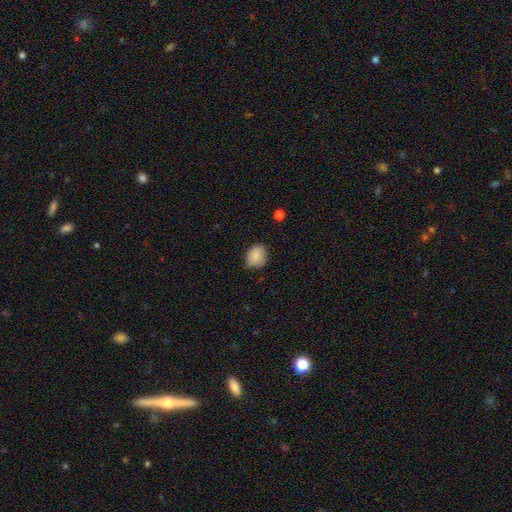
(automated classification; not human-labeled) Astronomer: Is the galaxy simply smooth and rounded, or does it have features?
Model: smooth — 87%.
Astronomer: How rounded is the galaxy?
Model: round — 55% (runner-up: in between, 44%).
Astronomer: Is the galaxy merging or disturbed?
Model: none — 79%.